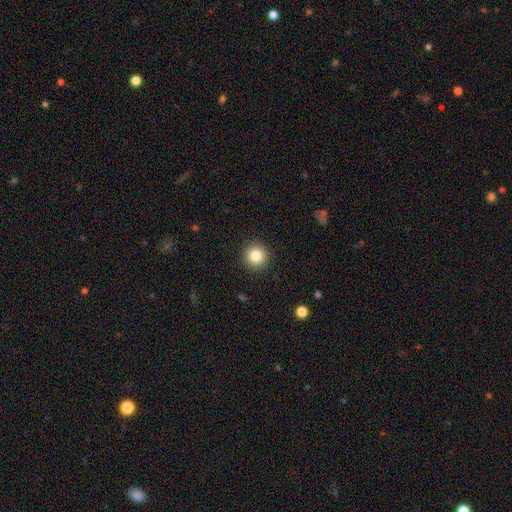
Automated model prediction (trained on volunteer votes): The model was most divided on "smooth or featured": smooth: 83%, star or artifact: 10%, featured or disk: 6%. More confident: how rounded — round (95%); merging — none (92%).